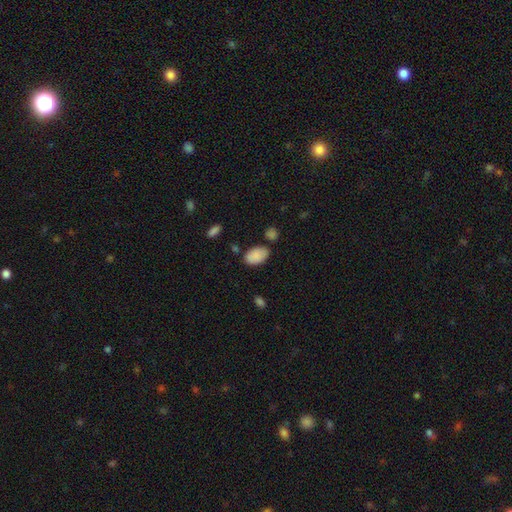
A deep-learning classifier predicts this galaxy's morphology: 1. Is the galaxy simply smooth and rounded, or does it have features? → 88% smooth, 7% star or artifact, 5% featured or disk.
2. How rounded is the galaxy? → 93% in between, 6% round, 1% cigar-shaped.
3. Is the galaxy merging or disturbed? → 70% none, 19% minor disturbance, 7% merger, 5% major disturbance.